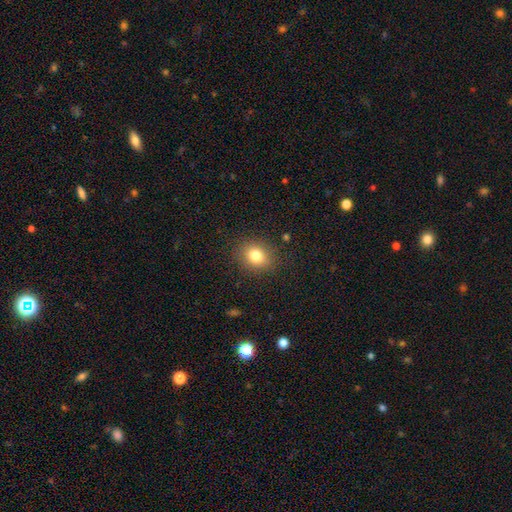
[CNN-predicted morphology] The model was most divided on "how rounded": round: 63%, in between: 36%, cigar-shaped: 1%. More confident: merging — none (87%); smooth or featured — smooth (81%).